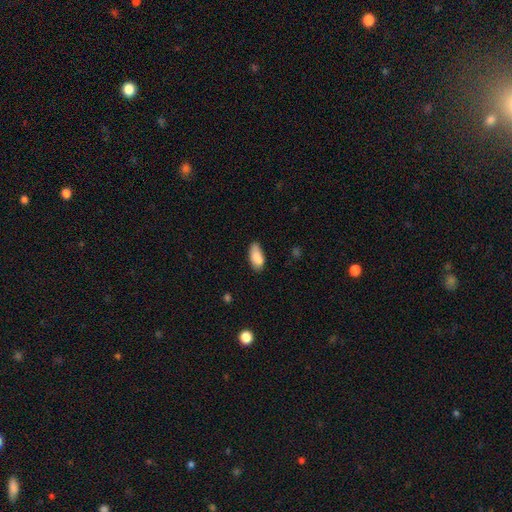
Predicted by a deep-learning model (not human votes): A smooth galaxy with no disk features (84%) that is in between round and cigar-shaped (88%). Merging: none (66%).